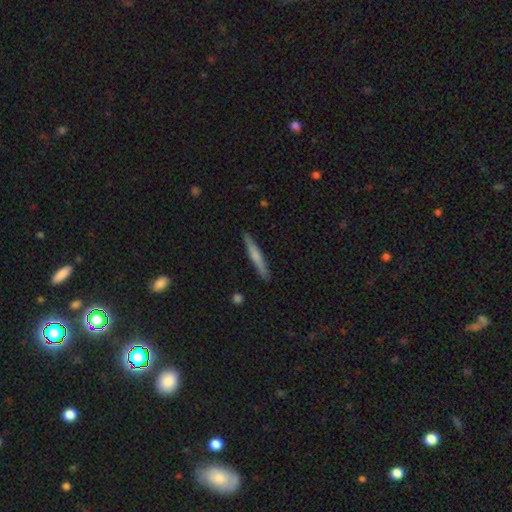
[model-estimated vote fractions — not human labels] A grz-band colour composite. It shows a smooth galaxy with no disk features (60%) that is cigar-shaped (95%). Merging: none (89%).